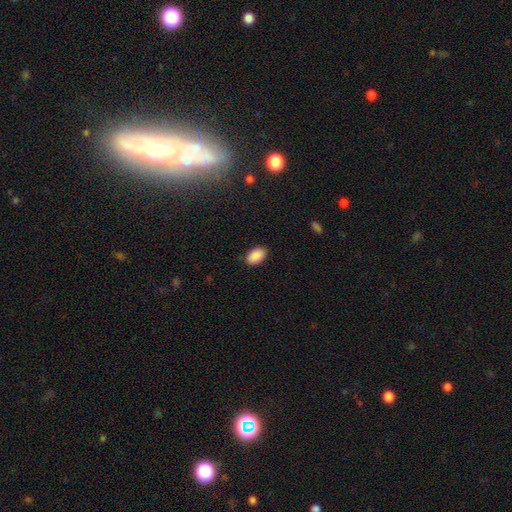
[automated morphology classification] smooth_or_featured: smooth (p=0.91) [alt: star or artifact p=0.07]
how_rounded: in between (p=0.92) [alt: round p=0.06]
merging: none (p=0.86) [alt: minor disturbance p=0.10]